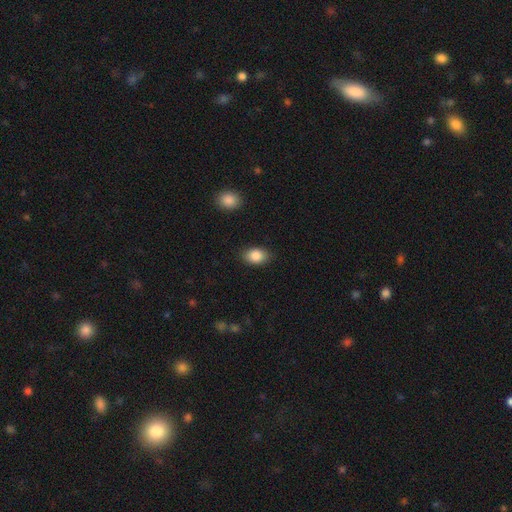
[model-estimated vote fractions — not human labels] Q: Smooth or featured?
A: smooth (87%); runner-up: star or artifact (8%)
Q: How rounded?
A: in between (81%); runner-up: round (18%)
Q: Merging?
A: none (86%); runner-up: minor disturbance (10%)